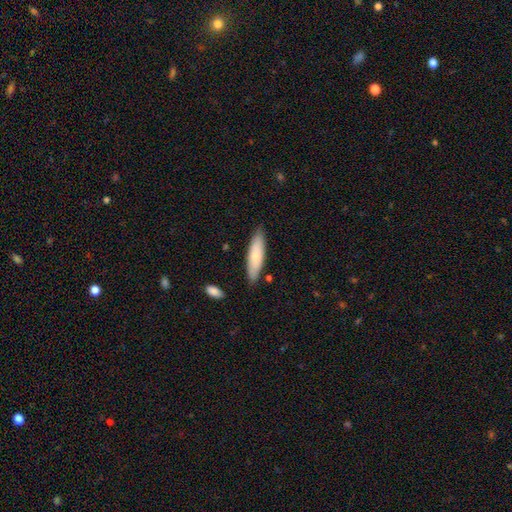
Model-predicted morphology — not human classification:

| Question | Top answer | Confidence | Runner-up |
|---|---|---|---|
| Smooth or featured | smooth | 71% | featured or disk (24%) |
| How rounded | cigar-shaped | 67% | in between (32%) |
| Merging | none | 83% | minor disturbance (12%) |